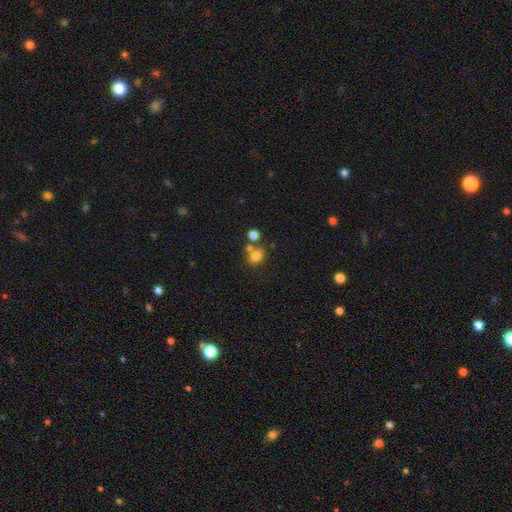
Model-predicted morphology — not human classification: Smooth or featured: smooth — 77% (star or artifact — 14%)
How rounded: in between — 51% (round — 48%)
Merging: none — 58% (merger — 26%)